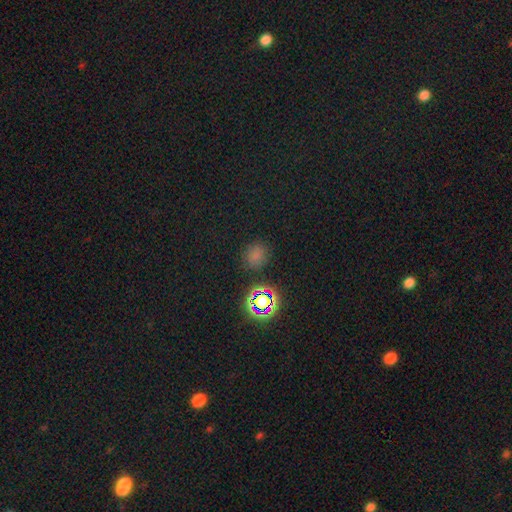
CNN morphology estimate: smooth_or_featured: smooth (p=0.65) [alt: star or artifact p=0.30]
how_rounded: round (p=0.74) [alt: in between p=0.25]
merging: none (p=0.84) [alt: minor disturbance p=0.10]